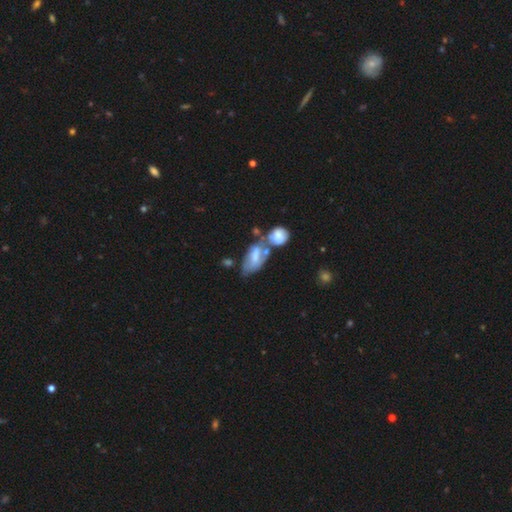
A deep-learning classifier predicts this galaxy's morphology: Smooth or featured? Predicted: smooth (p=0.51). How rounded? Predicted: in between (p=0.88). Merging? Predicted: merger (p=0.50).